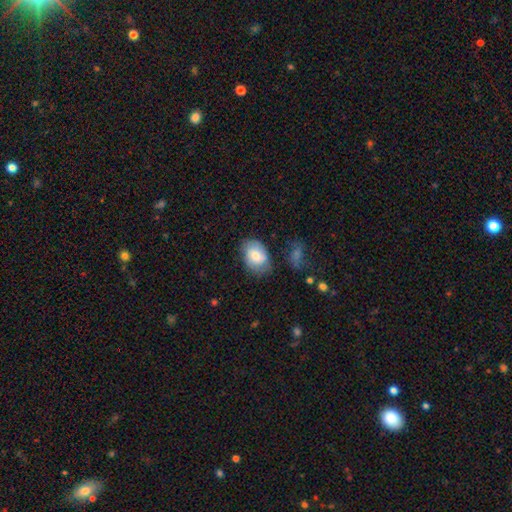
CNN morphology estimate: Overall: smooth (71%). How rounded: in between (81%). Merging: none (67%).